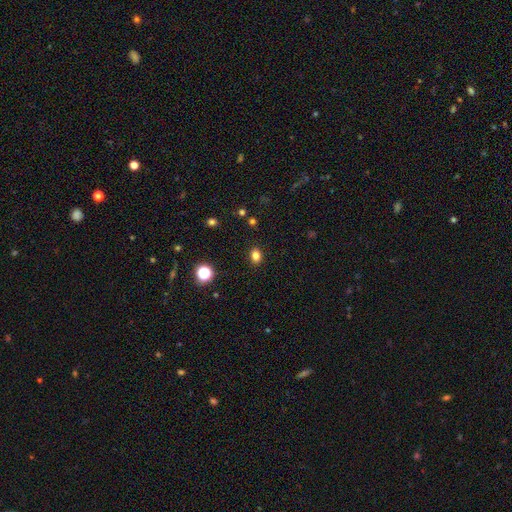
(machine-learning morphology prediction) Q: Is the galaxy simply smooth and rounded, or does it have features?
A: smooth — 81%.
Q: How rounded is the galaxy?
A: in between — 59%.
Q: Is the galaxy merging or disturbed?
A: none — 89%.